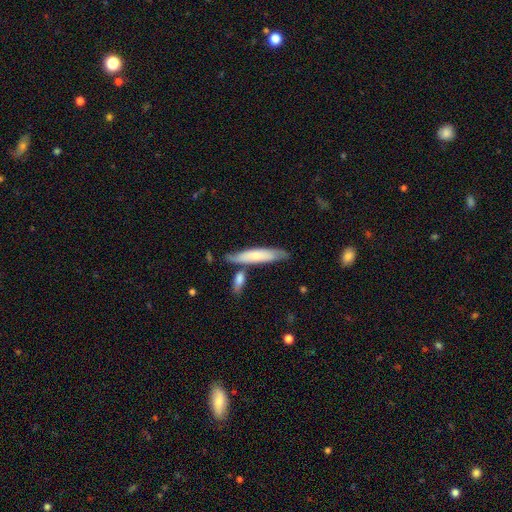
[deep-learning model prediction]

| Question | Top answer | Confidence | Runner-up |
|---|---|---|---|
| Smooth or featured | smooth | 62% | featured or disk (33%) |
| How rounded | cigar-shaped | 80% | in between (18%) |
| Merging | none | 66% | minor disturbance (16%) |